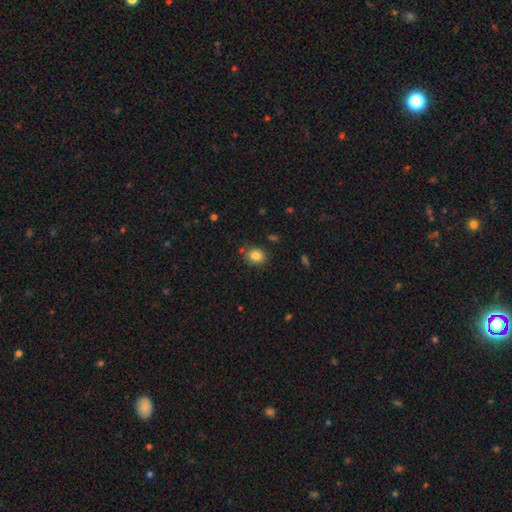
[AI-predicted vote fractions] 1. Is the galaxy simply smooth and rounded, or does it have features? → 85% smooth, 10% star or artifact, 4% featured or disk.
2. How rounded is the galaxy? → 57% round, 42% in between, 1% cigar-shaped.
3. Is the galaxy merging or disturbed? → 82% none, 11% minor disturbance, 3% merger, 3% major disturbance.